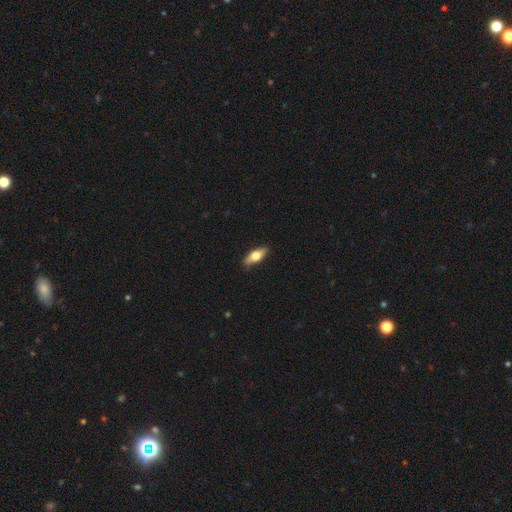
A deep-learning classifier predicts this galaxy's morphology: Smooth or featured: smooth — 55% (featured or disk — 39%)
How rounded: in between — 67% (cigar-shaped — 29%)
Merging: none — 87% (minor disturbance — 10%)